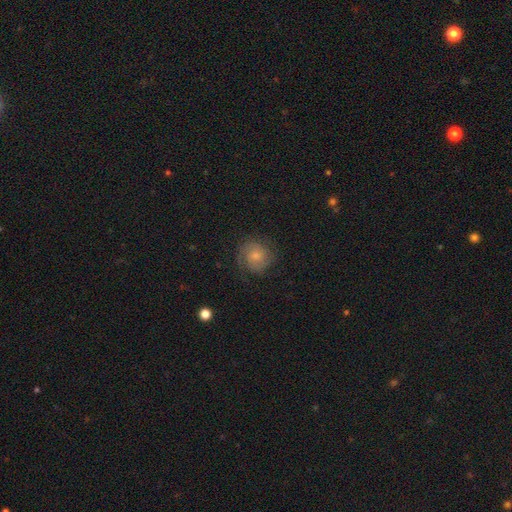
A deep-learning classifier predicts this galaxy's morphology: The model was most divided on "spiral winding": tight: 51%, medium: 37%, loose: 13%. More confident: edge-on disk — no (98%); spiral arms — yes (90%); merging — none (74%); bar — no (65%); spiral arm count — 2 (58%); smooth or featured — featured or disk (58%); bulge size — small (51%).